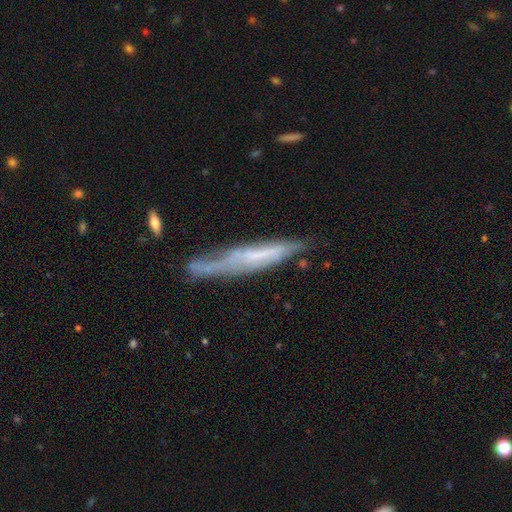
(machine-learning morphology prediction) featured or disk 59%, smooth 34%, star or artifact 8%. Down the decision tree: edge-on disk — yes (76%); merging — none (55%).